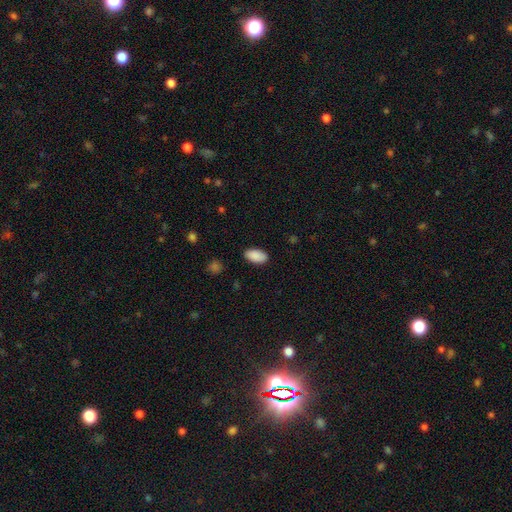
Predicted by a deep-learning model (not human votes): Morphology: type=smooth (90%); roundness=in between (94%); merging=none (87%).